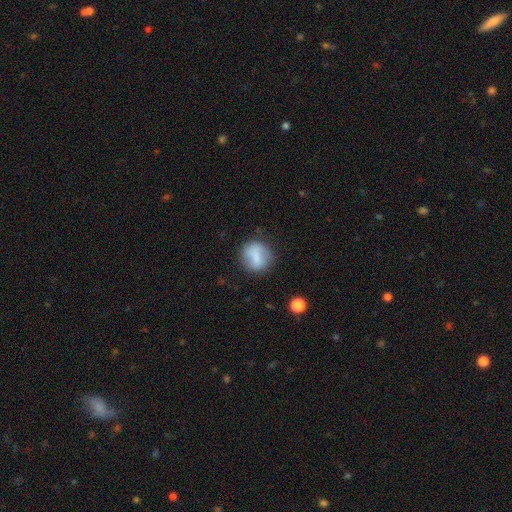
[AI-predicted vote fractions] Smooth or featured: smooth — 71% (featured or disk — 21%)
How rounded: round — 78% (in between — 20%)
Merging: none — 71% (minor disturbance — 18%)